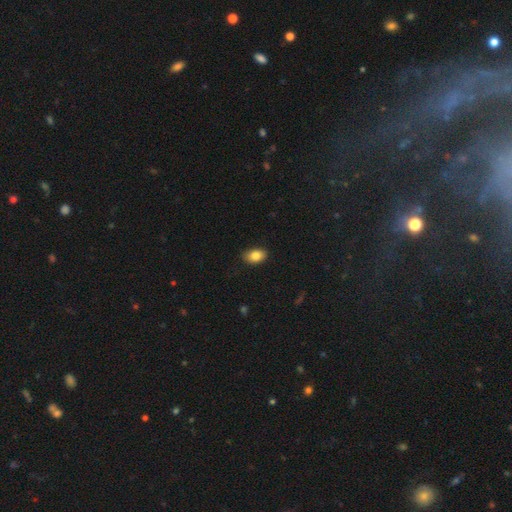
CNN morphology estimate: The model was most divided on "how rounded": in between: 86%, round: 13%, cigar-shaped: 1%. More confident: merging — none (85%); smooth or featured — smooth (84%).